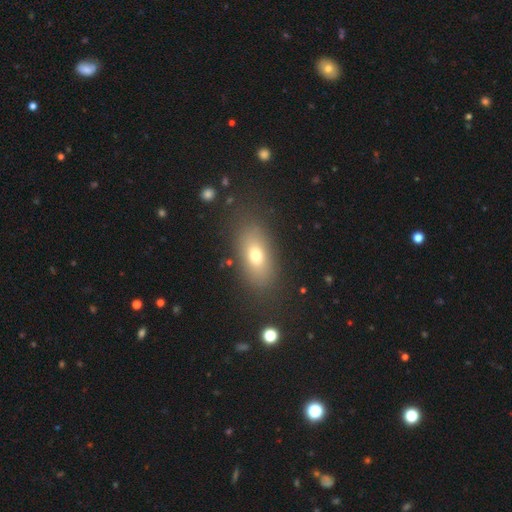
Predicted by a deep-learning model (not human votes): smooth 71%, featured or disk 18%, star or artifact 11%. Down the decision tree: how rounded — in between (83%); merging — none (82%).